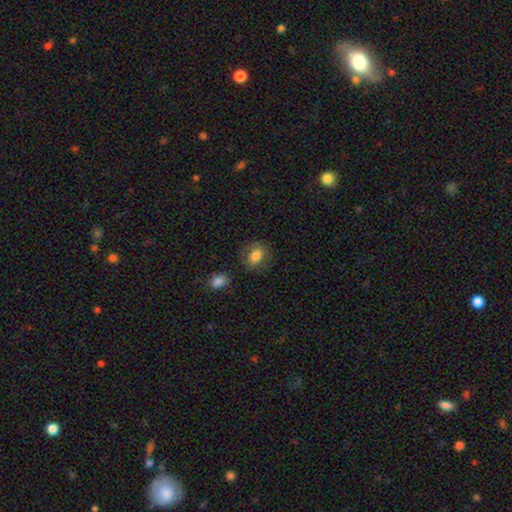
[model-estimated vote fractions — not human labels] This is likely a smooth galaxy (75%). How rounded: likely in between (65%). Merging: likely none (73%).